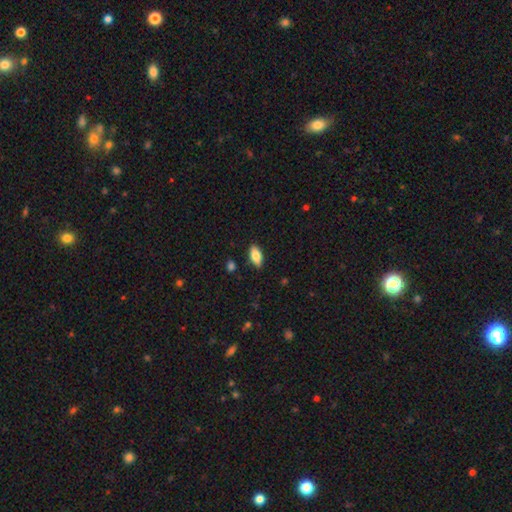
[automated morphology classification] A smooth galaxy with no disk features (80%) that is in between round and cigar-shaped (87%). Merging: none (87%).